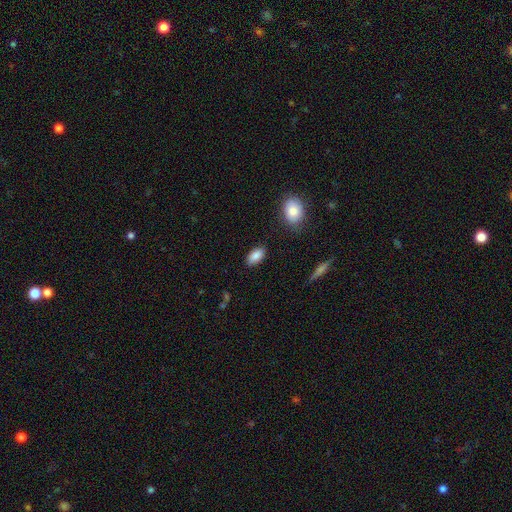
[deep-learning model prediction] smooth-or-featured: smooth: 86% | star or artifact: 8% | featured or disk: 7%
  how-rounded: in between: 93% | round: 4% | cigar-shaped: 3%
  merging: none: 86% | minor disturbance: 10% | major disturbance: 2% | merger: 2%